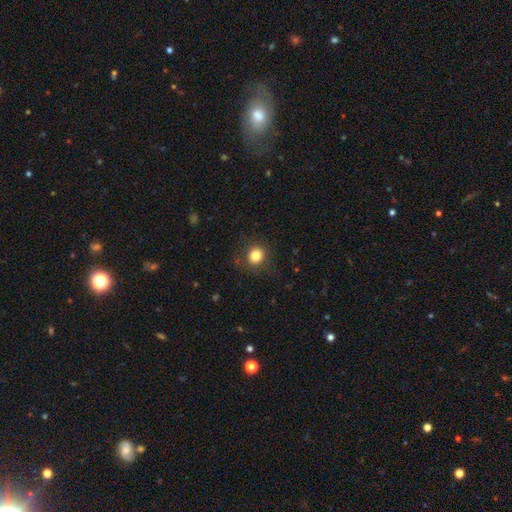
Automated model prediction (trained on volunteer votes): Overall: smooth (83%). How rounded: round (86%). Merging: none (85%).